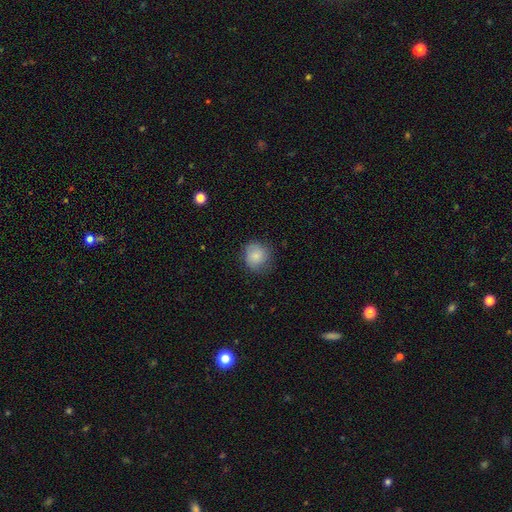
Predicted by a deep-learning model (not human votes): Overall: smooth (81%). How rounded: round (83%). Merging: none (69%).